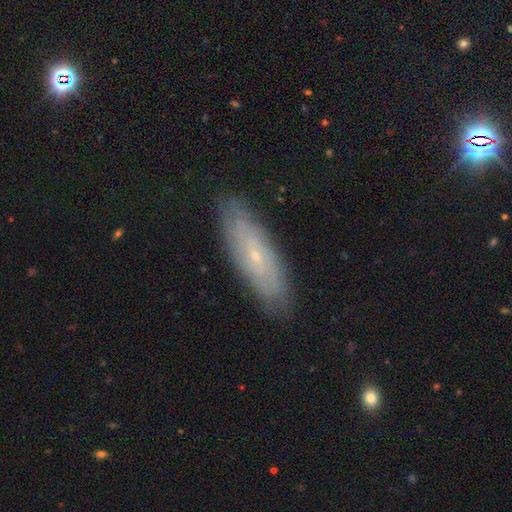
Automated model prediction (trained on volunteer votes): Morphology: type=featured or disk (53%); edge-on=no (67%); merging=none (86%).